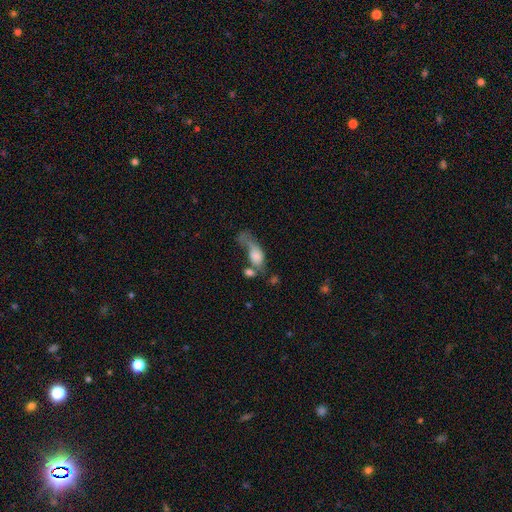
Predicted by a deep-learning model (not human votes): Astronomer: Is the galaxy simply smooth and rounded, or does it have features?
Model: smooth — 60%.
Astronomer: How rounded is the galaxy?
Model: in between — 77%.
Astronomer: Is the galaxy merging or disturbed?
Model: major disturbance — 43% (runner-up: merger, 29%).